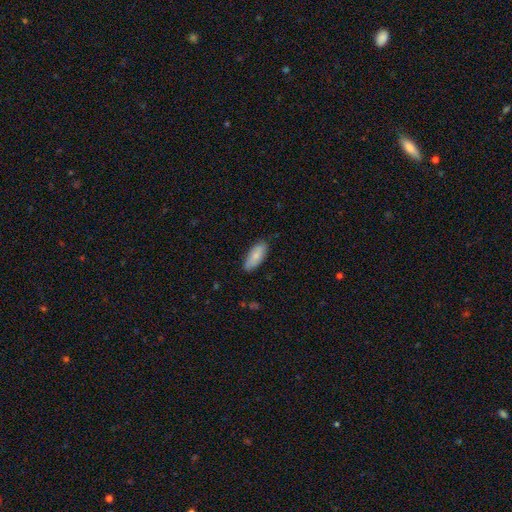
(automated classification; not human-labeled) Q: Smooth or featured?
A: smooth (80%); runner-up: featured or disk (14%)
Q: How rounded?
A: in between (82%); runner-up: cigar-shaped (17%)
Q: Merging?
A: none (82%); runner-up: minor disturbance (14%)